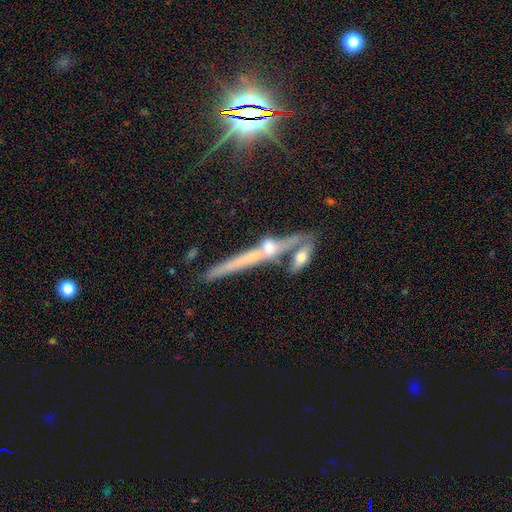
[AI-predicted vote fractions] smooth-or-featured: featured or disk: 57% | smooth: 22% | star or artifact: 21%
  disk-edge-on: yes: 87% | no: 13%
  merging: none: 50% | merger: 35% | minor disturbance: 10% | major disturbance: 5%